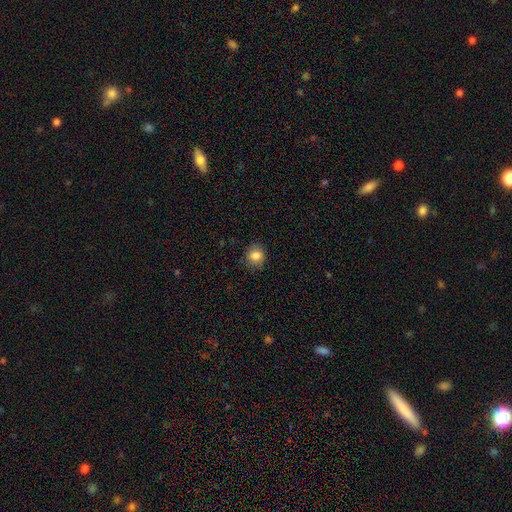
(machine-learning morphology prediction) A smooth galaxy with no disk features (83%) that is round (77%).

Vote fractions:
- Smooth or featured? smooth: 83% / star or artifact: 10% / featured or disk: 7%
- How rounded? round: 77% / in between: 22% / cigar-shaped: 1%
- Merging? none: 83% / minor disturbance: 13% / major disturbance: 3% / merger: 1%